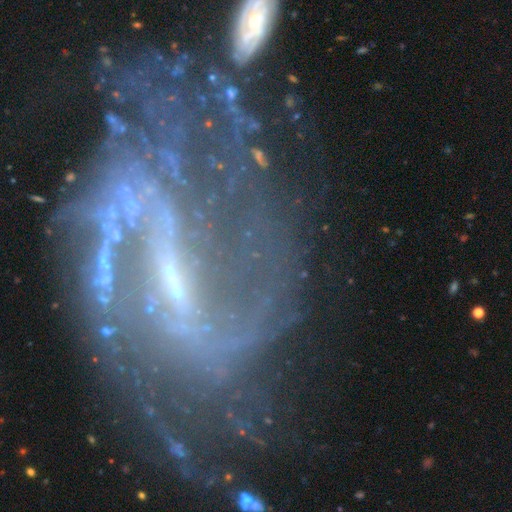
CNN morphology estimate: Overall: featured or disk (85%). Edge-on disk: no (96%). Bar: strong (49%; weak 34%). Spiral arms: yes (87%). Spiral arm count: 2 (57%; can't tell 19%). Spiral winding: loose (42%; medium 38%). Bulge size: small (59%; none 24%). Merging: none (41%; major disturbance 30%).